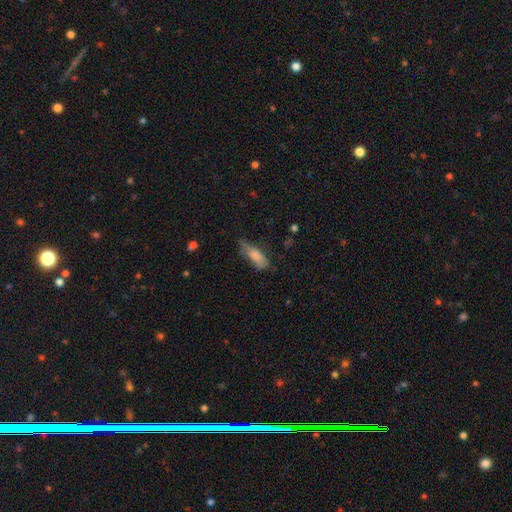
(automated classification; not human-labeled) Morphology: type=smooth (76%); roundness=in between (63%); merging=none (45%).